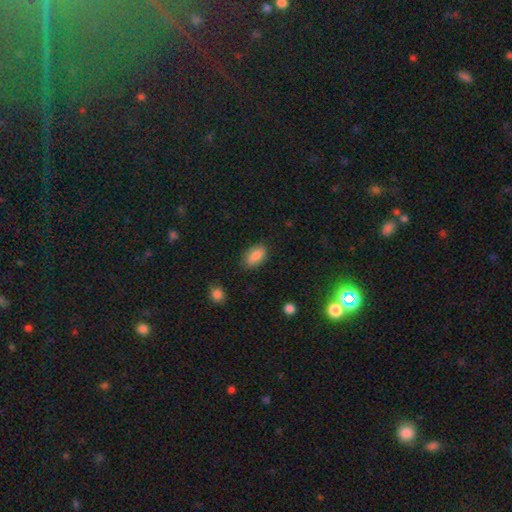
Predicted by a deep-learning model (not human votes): smooth 87%, star or artifact 8%, featured or disk 6%. Down the decision tree: how rounded — in between (91%); merging — none (86%).